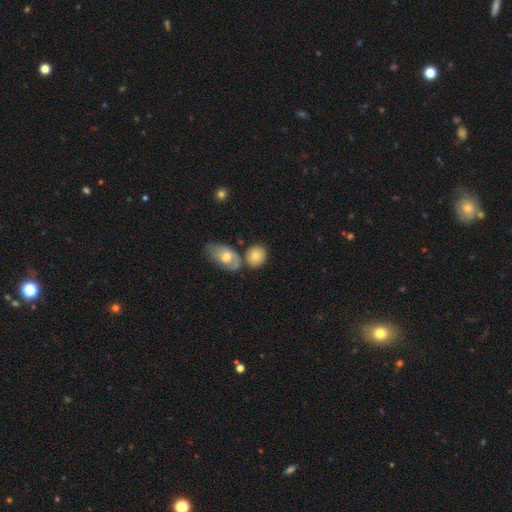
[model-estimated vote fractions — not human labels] Q: Smooth or featured?
A: smooth (81%); runner-up: featured or disk (12%)
Q: How rounded?
A: round (55%); runner-up: in between (43%)
Q: Merging?
A: none (56%); runner-up: merger (24%)